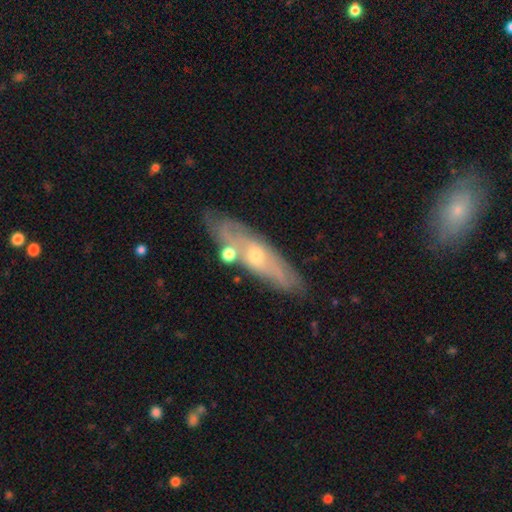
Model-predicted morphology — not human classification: featured or disk 70%, smooth 22%, star or artifact 8%. Down the decision tree: edge-on disk — no (62%); merging — none (74%).